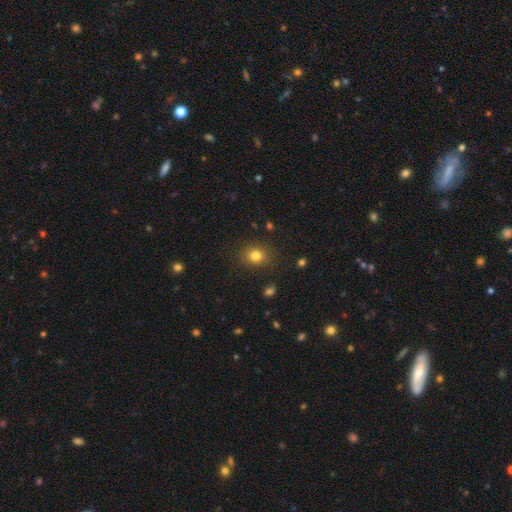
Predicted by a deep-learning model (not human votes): smooth_or_featured: smooth (p=0.81) [alt: star or artifact p=0.13]
how_rounded: round (p=0.72) [alt: in between p=0.27]
merging: none (p=0.86) [alt: minor disturbance p=0.09]